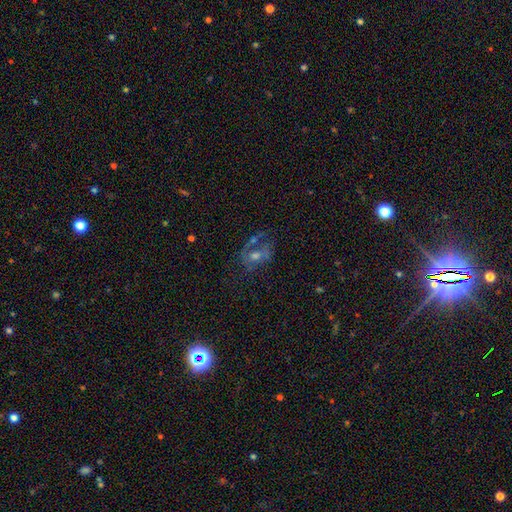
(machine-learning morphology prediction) Smooth or featured? Predicted: featured or disk (p=0.54). Edge-on disk? Predicted: no (p=0.96). Bar? Predicted: no (p=0.71). Spiral arms? Predicted: yes (p=0.56). Bulge size? Predicted: moderate (p=0.59). Merging? Predicted: none (p=0.47).